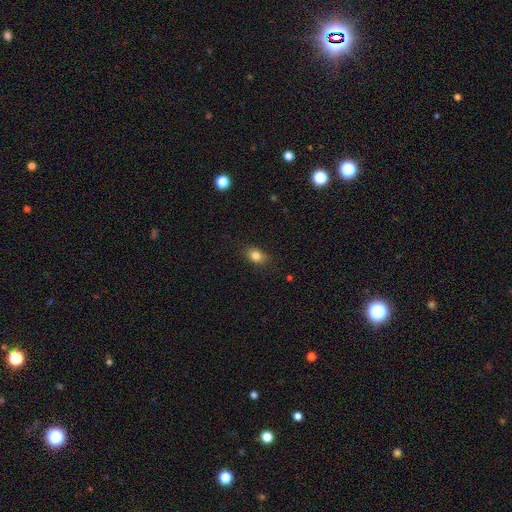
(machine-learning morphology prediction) smooth 83%, star or artifact 10%, featured or disk 7%. Down the decision tree: how rounded — in between (72%); merging — none (82%).